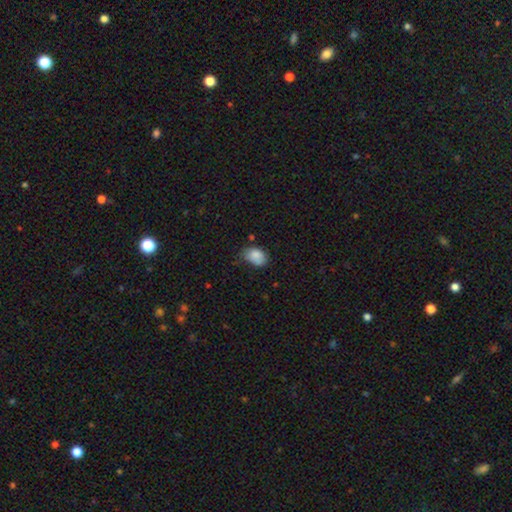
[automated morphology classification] Overall: smooth (82%). How rounded: in between (78%). Merging: none (47%; minor disturbance 38%).